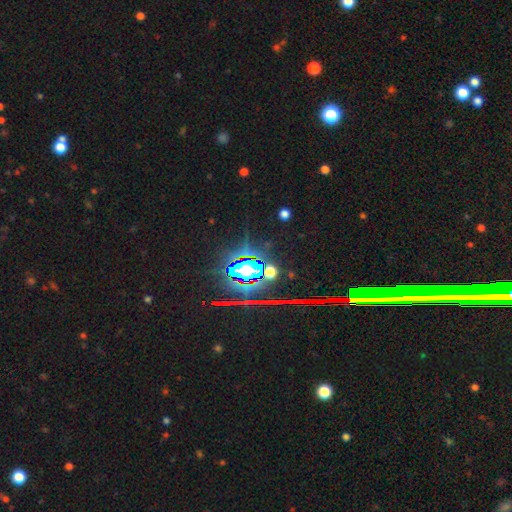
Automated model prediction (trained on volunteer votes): Smooth or featured: star or artifact — 84% (smooth — 8%)